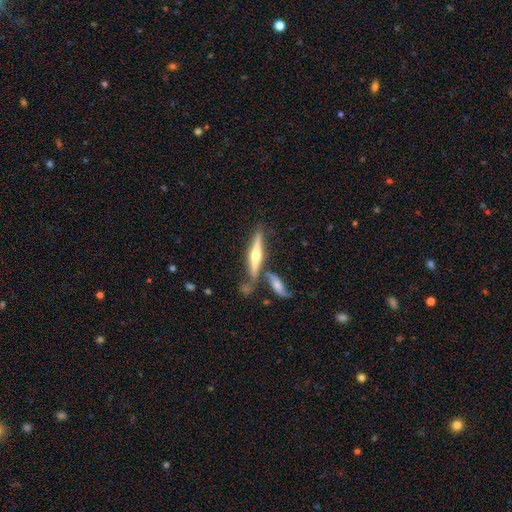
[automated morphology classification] This appears to be a featured or disk galaxy (71%) viewed edge-on (96%) with a rounded central bulge (92%). Merging: none (63%).